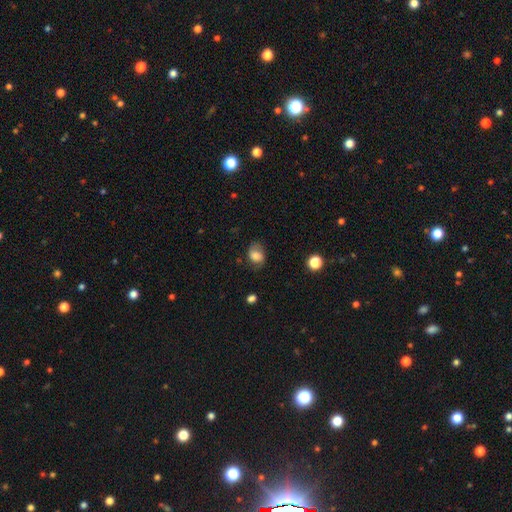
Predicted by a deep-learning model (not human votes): smooth_or_featured: smooth (p=0.67) [alt: featured or disk p=0.23]
how_rounded: in between (p=0.61) [alt: round p=0.38]
merging: none (p=0.67) [alt: minor disturbance p=0.23]